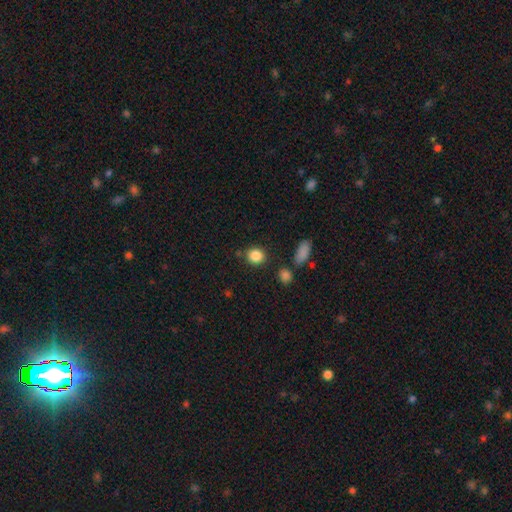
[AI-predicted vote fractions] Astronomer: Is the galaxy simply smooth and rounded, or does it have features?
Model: smooth — 86%.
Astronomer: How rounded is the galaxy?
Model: round — 81%.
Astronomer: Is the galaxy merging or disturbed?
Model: none — 81%.